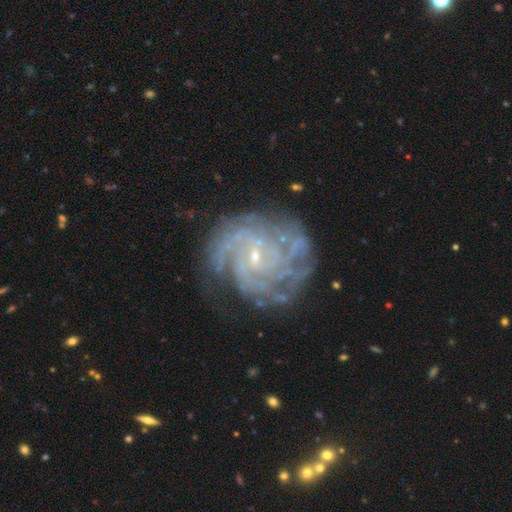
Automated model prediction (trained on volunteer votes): The model was most divided on "spiral arm count": can't tell: 29%, 4: 23%, 3: 15%, more than 4: 14%, 2: 11%, 1: 7%. Remaining: edge-on disk — no (98%); spiral arms — yes (97%); smooth or featured — featured or disk (88%); bulge size — small (82%); merging — none (71%); spiral winding — tight (69%); bar — no (48%).